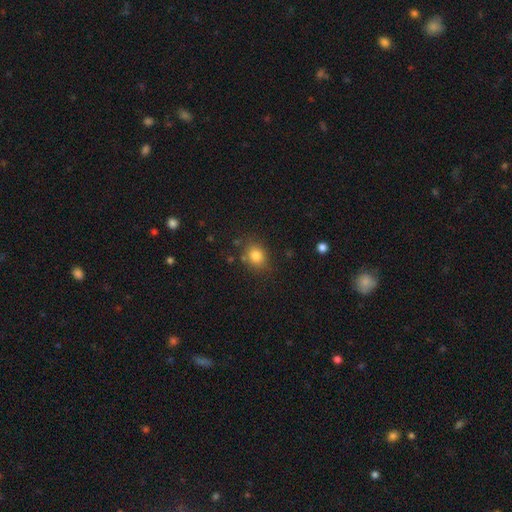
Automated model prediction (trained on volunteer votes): This is clearly a smooth galaxy (82%). How rounded: possibly round (56%). Merging: likely none (77%).